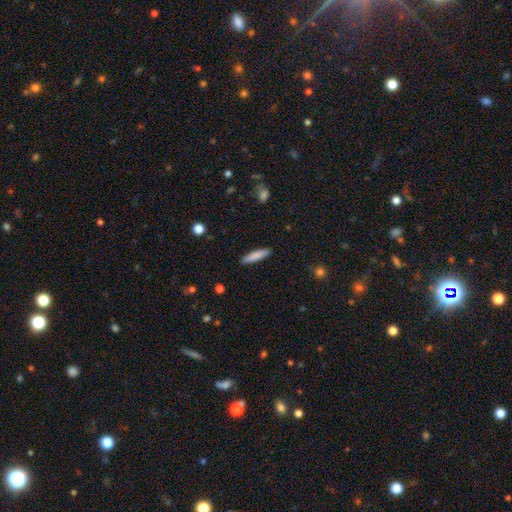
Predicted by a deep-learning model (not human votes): Smooth or featured? Predicted: smooth (p=0.84). How rounded? Predicted: cigar-shaped (p=0.82). Merging? Predicted: none (p=0.89).